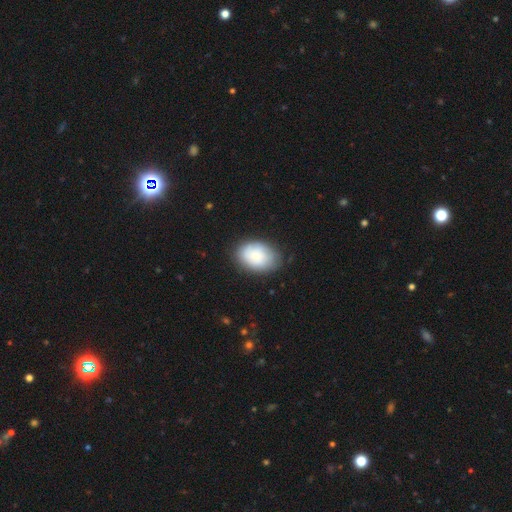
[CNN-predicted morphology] Smooth or featured? smooth (80%)
How rounded? in between (84%)
Merging? none (77%)